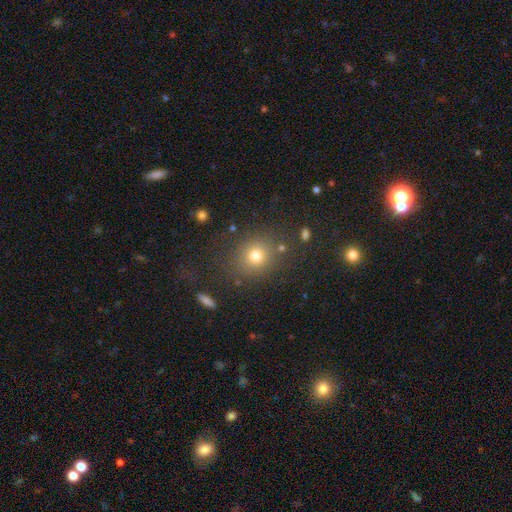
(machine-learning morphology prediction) This is likely a smooth galaxy (74%). How rounded: likely round (78%). Merging: clearly none (80%).